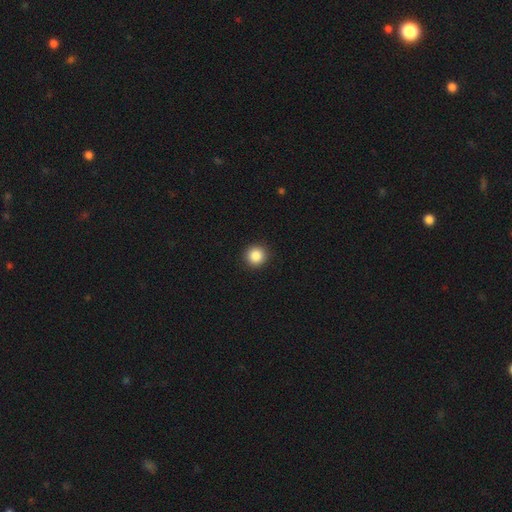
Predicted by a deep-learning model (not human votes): Smooth or featured?
  - smooth: 87% *
  - star or artifact: 10%
  - featured or disk: 3%
How rounded?
  - round: 95% *
  - in between: 4%
  - cigar-shaped: 1%
Merging?
  - none: 93% *
  - minor disturbance: 4%
  - major disturbance: 2%
  - merger: 1%